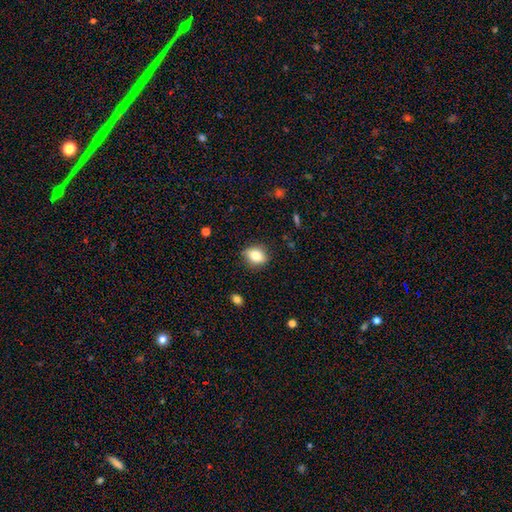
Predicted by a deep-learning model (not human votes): Q: Smooth or featured?
A: smooth (78%); runner-up: featured or disk (13%)
Q: How rounded?
A: in between (56%); runner-up: round (42%)
Q: Merging?
A: none (82%); runner-up: minor disturbance (14%)